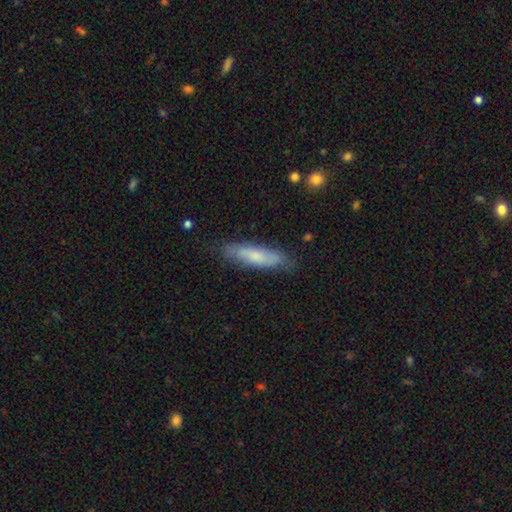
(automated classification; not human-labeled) Morphology: type=smooth (66%); roundness=cigar-shaped (74%); merging=none (80%).